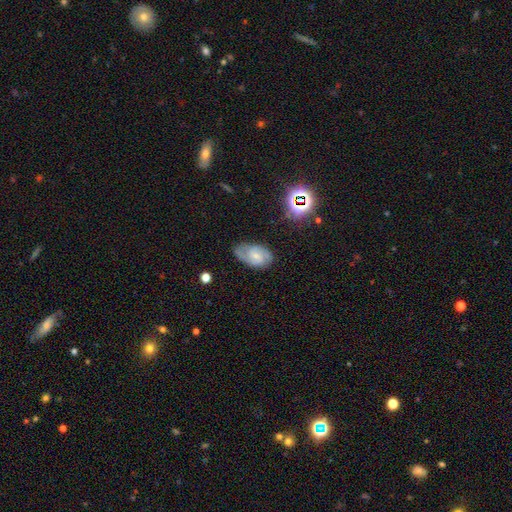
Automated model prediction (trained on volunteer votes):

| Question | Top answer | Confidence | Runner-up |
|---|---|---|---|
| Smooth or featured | featured or disk | 67% | smooth (24%) |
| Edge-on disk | no | 96% | yes (4%) |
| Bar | no | 47% | weak (45%) |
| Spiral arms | yes | 92% | no (8%) |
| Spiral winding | medium | 47% | tight (40%) |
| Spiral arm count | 2 | 72% | can't tell (15%) |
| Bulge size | small | 54% | moderate (30%) |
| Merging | none | 63% | minor disturbance (26%) |